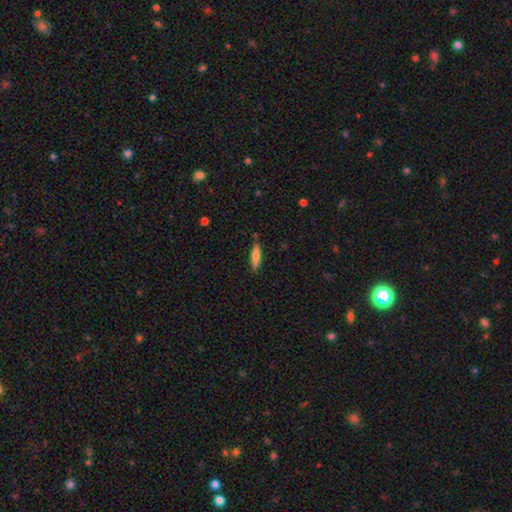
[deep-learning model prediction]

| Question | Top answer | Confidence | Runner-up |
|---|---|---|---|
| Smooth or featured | smooth | 72% | featured or disk (22%) |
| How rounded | cigar-shaped | 76% | in between (22%) |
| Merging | none | 82% | minor disturbance (13%) |